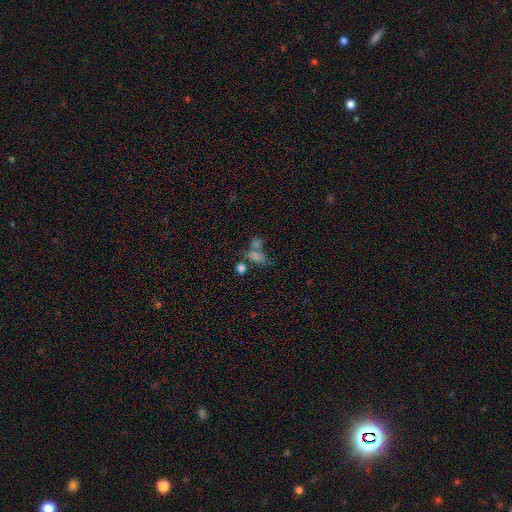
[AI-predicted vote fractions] Smooth or featured? smooth (61%)
How rounded? in between (72%)
Merging? merger (47%)